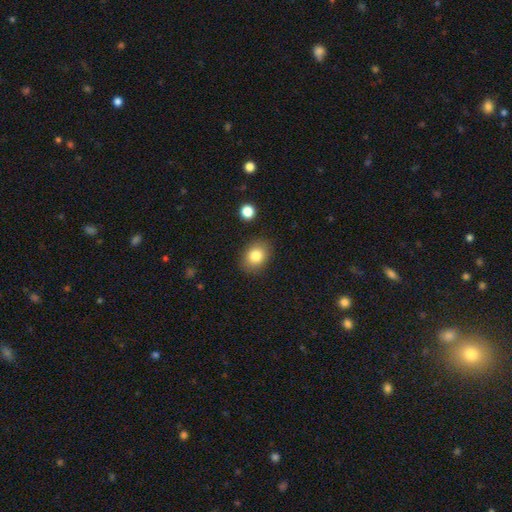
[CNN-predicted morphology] A smooth galaxy with no disk features (83%) that is in between round and cigar-shaped (60%). Merging: none (85%).